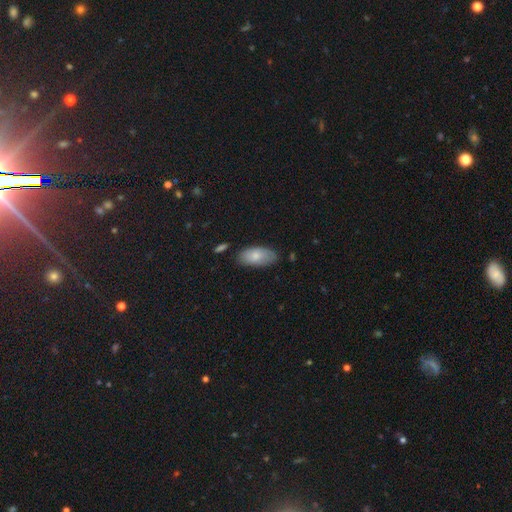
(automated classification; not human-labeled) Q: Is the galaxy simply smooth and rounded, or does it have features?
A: smooth — 76%.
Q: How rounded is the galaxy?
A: in between — 93%.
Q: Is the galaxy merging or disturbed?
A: none — 73%.